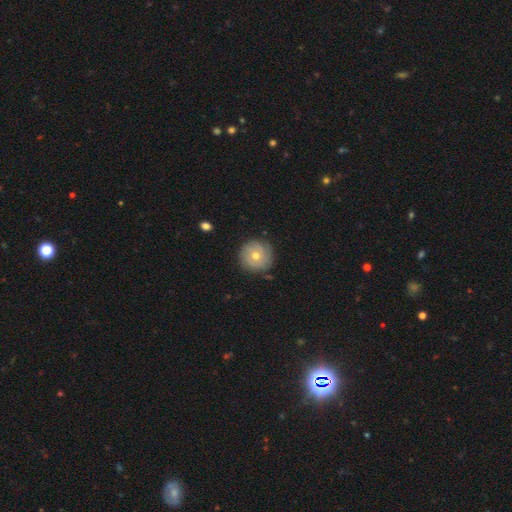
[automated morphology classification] smooth 51%, featured or disk 40%, star or artifact 9%. Down the decision tree: how rounded — round (95%); merging — none (84%).